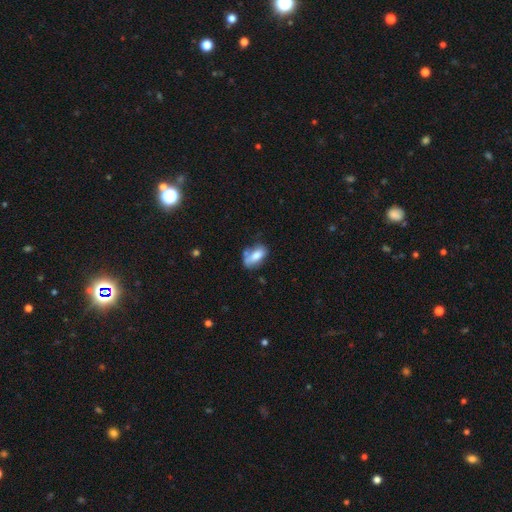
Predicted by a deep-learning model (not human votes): Smooth or featured: smooth — 70% (featured or disk — 22%)
How rounded: in between — 88% (cigar-shaped — 7%)
Merging: none — 45% (minor disturbance — 28%)